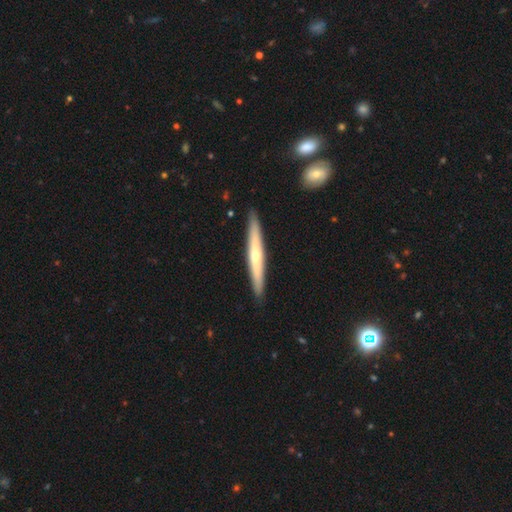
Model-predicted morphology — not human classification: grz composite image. It shows a featured or disk galaxy (53%) viewed edge-on (95%) with a rounded central bulge (68%). Merging: none (91%).